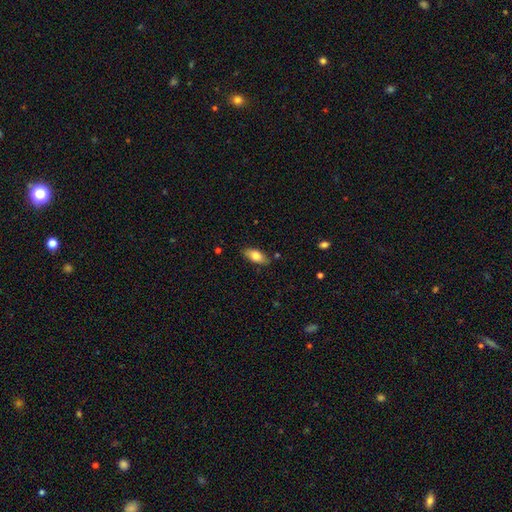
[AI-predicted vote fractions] A smooth galaxy with no disk features (76%) that is in between round and cigar-shaped (84%).

Vote fractions:
- Smooth or featured? smooth: 76% / featured or disk: 17% / star or artifact: 7%
- How rounded? in between: 84% / cigar-shaped: 13% / round: 3%
- Merging? none: 82% / minor disturbance: 14% / major disturbance: 3% / merger: 2%